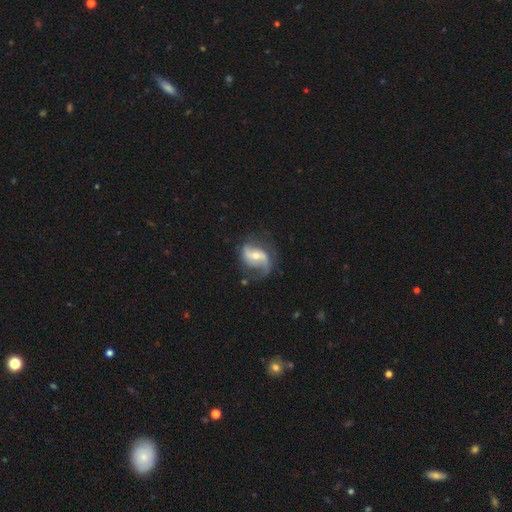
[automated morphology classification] This appears to be a featured or disk galaxy (82%) with a weak bar (40%), 2 (80%) loose (61%) spiral arms (94%) and a moderate central bulge (53%). Merging: none (60%).